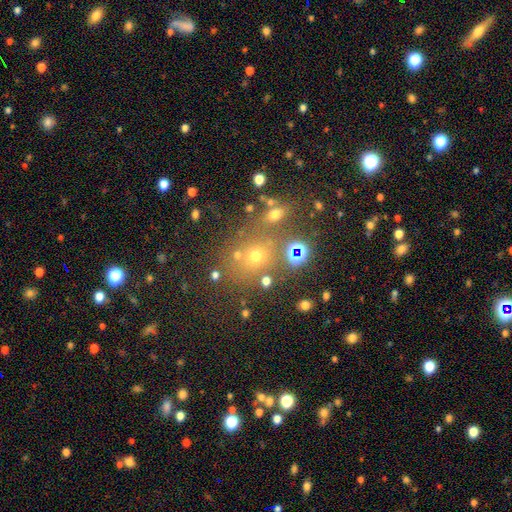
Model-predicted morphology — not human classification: Smooth or featured?
  - smooth: 47% *
  - star or artifact: 42%
  - featured or disk: 12%
Merging?
  - none: 69% *
  - merger: 14%
  - minor disturbance: 11%
  - major disturbance: 6%